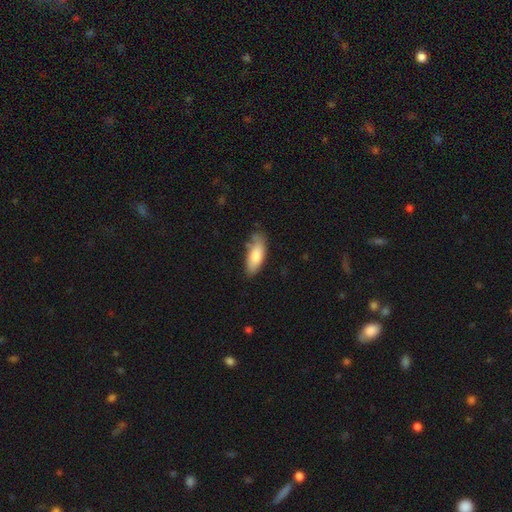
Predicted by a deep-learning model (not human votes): smooth_or_featured: smooth (p=0.79) [alt: featured or disk p=0.14]
how_rounded: in between (p=0.74) [alt: cigar-shaped p=0.24]
merging: none (p=0.62) [alt: minor disturbance p=0.28]